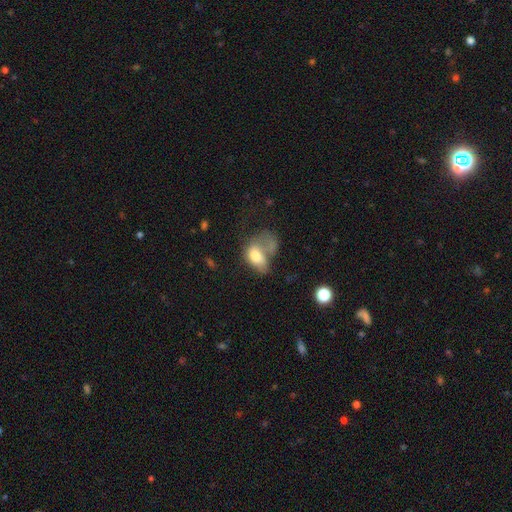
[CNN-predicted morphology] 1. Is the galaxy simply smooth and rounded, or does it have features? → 68% smooth, 23% featured or disk, 9% star or artifact.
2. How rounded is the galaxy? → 81% in between, 18% round, 2% cigar-shaped.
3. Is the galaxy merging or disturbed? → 46% major disturbance, 27% merger, 14% minor disturbance, 13% none.